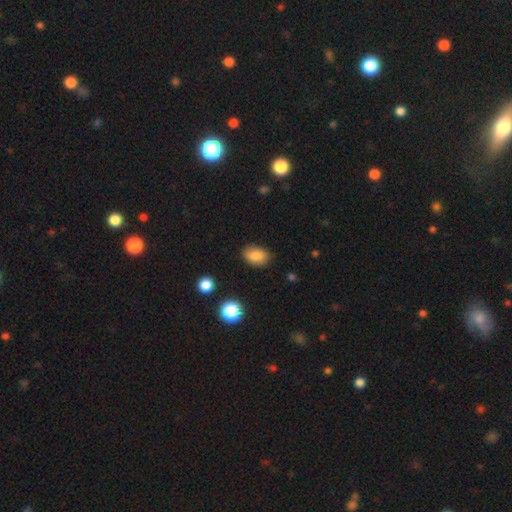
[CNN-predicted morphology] Smooth or featured? smooth (84%)
How rounded? in between (82%)
Merging? none (83%)